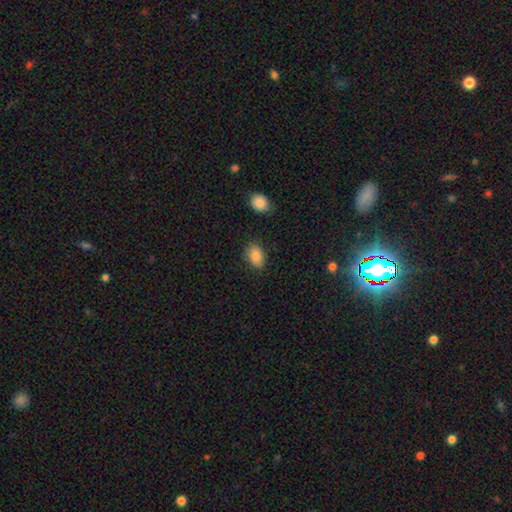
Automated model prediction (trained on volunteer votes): Q: Smooth or featured?
A: smooth (87%); runner-up: star or artifact (8%)
Q: How rounded?
A: in between (84%); runner-up: round (14%)
Q: Merging?
A: none (84%); runner-up: minor disturbance (11%)